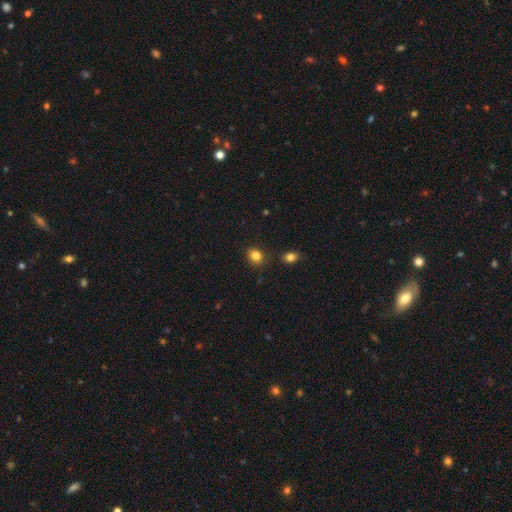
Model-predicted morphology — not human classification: smooth-or-featured: smooth: 83% | star or artifact: 12% | featured or disk: 5%
  how-rounded: round: 70% | in between: 29% | cigar-shaped: 1%
  merging: none: 84% | minor disturbance: 10% | merger: 4% | major disturbance: 2%